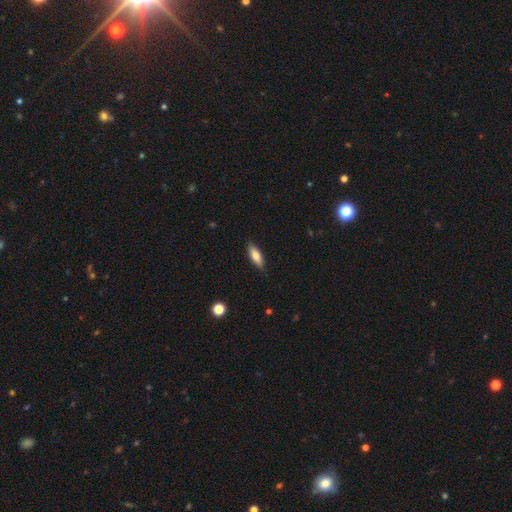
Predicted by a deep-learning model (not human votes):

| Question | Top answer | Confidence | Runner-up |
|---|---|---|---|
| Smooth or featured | smooth | 76% | featured or disk (17%) |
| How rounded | in between | 63% | cigar-shaped (34%) |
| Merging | none | 88% | minor disturbance (9%) |